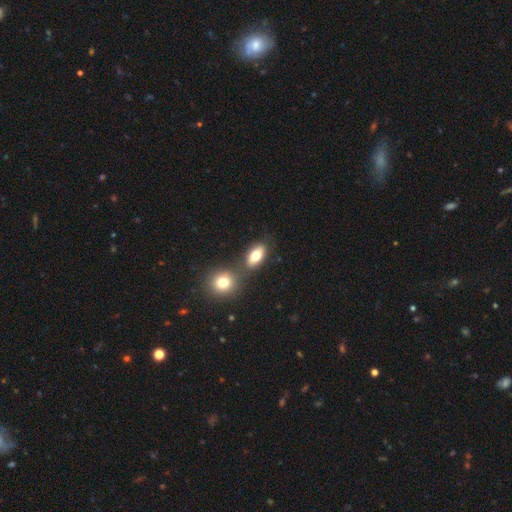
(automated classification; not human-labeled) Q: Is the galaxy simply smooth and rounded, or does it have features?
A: smooth — 76%.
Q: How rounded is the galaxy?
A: in between — 85%.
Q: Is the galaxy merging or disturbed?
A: none — 62%.